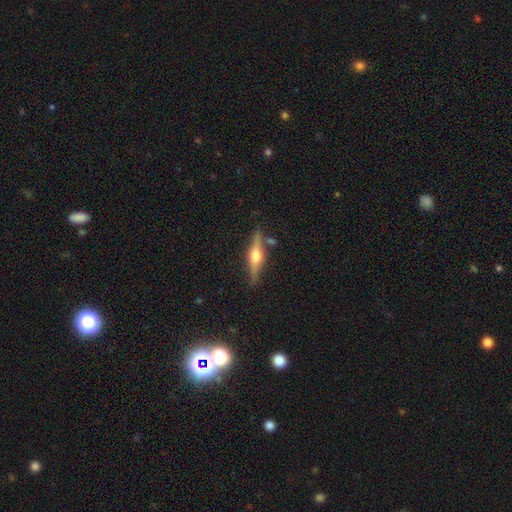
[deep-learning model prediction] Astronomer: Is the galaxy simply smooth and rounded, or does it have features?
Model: featured or disk — 72%.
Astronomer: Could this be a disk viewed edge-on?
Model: yes — 97%.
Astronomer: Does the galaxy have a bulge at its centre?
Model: rounded — 95%.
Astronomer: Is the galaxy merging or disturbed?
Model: none — 83%.